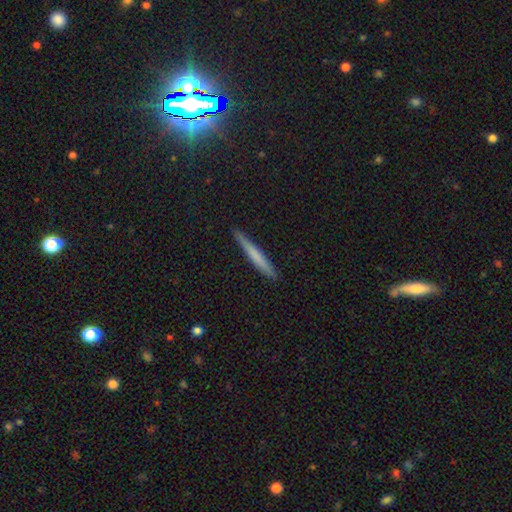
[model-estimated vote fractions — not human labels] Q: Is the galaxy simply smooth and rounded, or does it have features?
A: smooth — 66%.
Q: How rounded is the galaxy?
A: cigar-shaped — 96%.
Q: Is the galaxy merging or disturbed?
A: none — 90%.